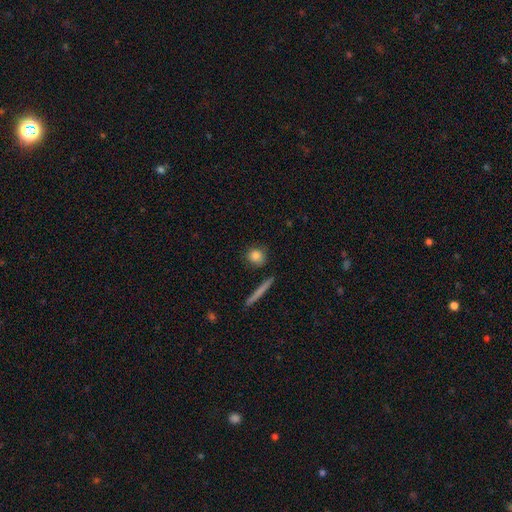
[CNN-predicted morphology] smooth-or-featured: smooth: 83% | featured or disk: 9% | star or artifact: 8%
  how-rounded: round: 81% | in between: 13% | cigar-shaped: 6%
  merging: none: 84% | minor disturbance: 9% | merger: 4% | major disturbance: 3%